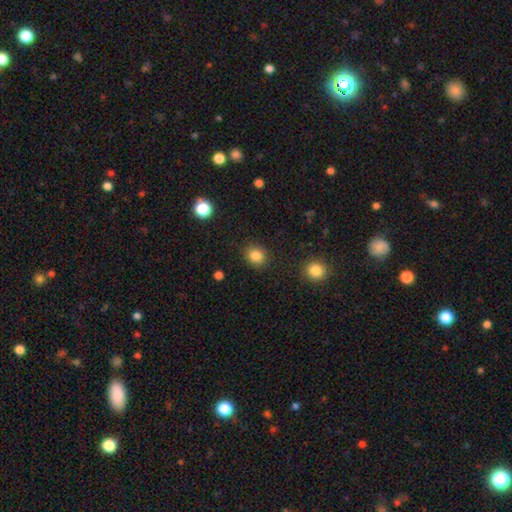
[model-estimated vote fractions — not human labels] Morphology: type=smooth (85%); roundness=round (74%); merging=none (88%).